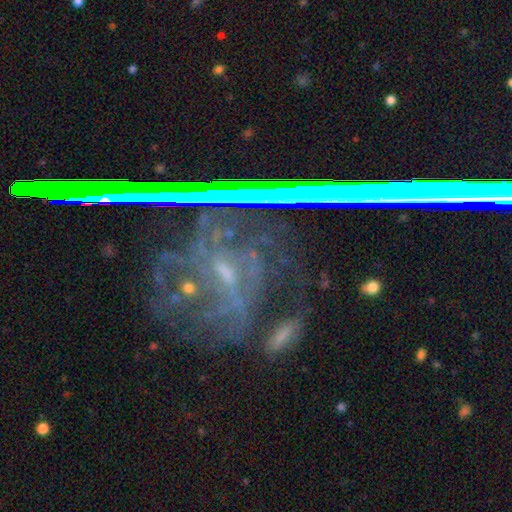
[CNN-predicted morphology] The model was most divided on "smooth or featured": featured or disk: 59%, star or artifact: 28%, smooth: 13%. More confident: edge-on disk — no (82%); merging — none (60%).